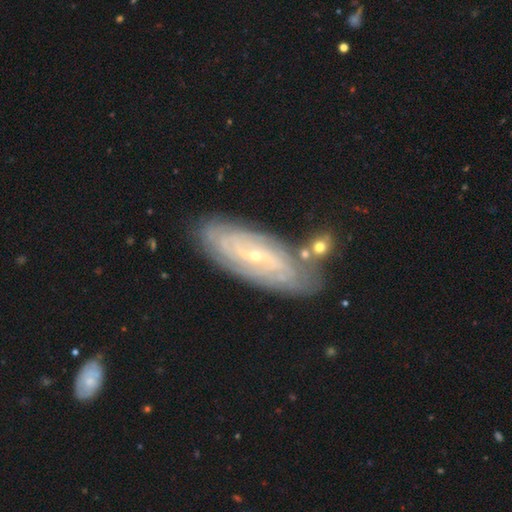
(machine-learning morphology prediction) Smooth or featured?
  - featured or disk: 84% *
  - smooth: 10%
  - star or artifact: 6%
Edge-on disk?
  - no: 90% *
  - yes: 10%
Bar?
  - weak: 43% *
  - no: 39%
  - strong: 18%
Spiral arms?
  - yes: 93% *
  - no: 7%
Spiral winding?
  - tight: 62% *
  - medium: 28%
  - loose: 10%
Spiral arm count?
  - can't tell: 38% *
  - 2: 31%
  - 3: 11%
  - 4: 9%
  - more than 4: 6%
  - 1: 5%
Bulge size?
  - small: 82% *
  - moderate: 15%
  - none: 1%
  - large: 1%
  - dominant: 1%
Merging?
  - none: 77% *
  - minor disturbance: 14%
  - merger: 5%
  - major disturbance: 4%